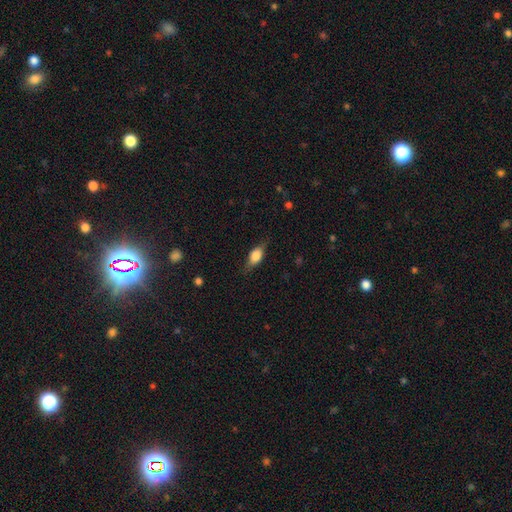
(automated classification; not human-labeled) A smooth galaxy with no disk features (63%) that is in between round and cigar-shaped (77%).

Vote fractions:
- Smooth or featured? smooth: 63% / featured or disk: 29% / star or artifact: 8%
- How rounded? in between: 77% / cigar-shaped: 15% / round: 8%
- Merging? none: 75% / minor disturbance: 19% / major disturbance: 5% / merger: 1%